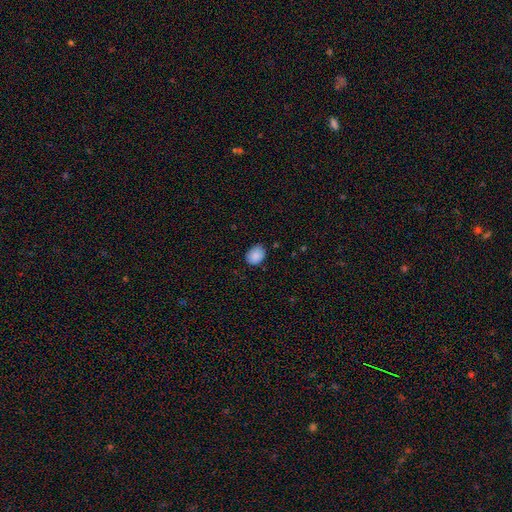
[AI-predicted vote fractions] Smooth or featured? smooth (88%)
How rounded? in between (58%)
Merging? none (77%)